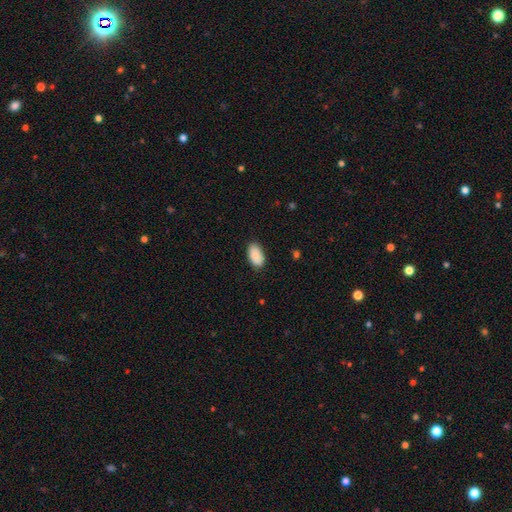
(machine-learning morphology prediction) The model was most divided on "merging": none: 84%, minor disturbance: 12%, major disturbance: 2%, merger: 1%. More confident: how rounded — in between (95%); smooth or featured — smooth (90%).